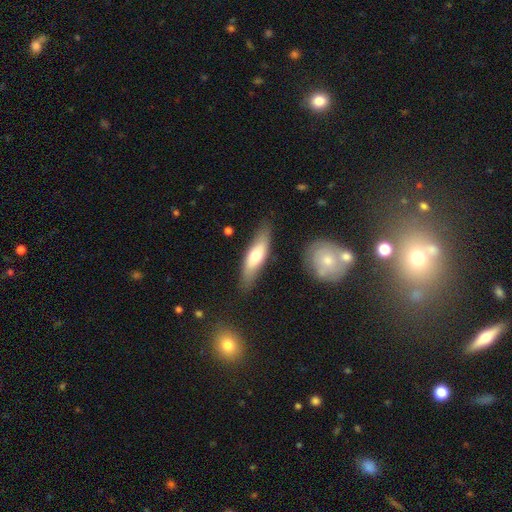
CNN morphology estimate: Smooth or featured: smooth — 60% (featured or disk — 35%)
How rounded: cigar-shaped — 54% (in between — 44%)
Merging: none — 80% (minor disturbance — 14%)